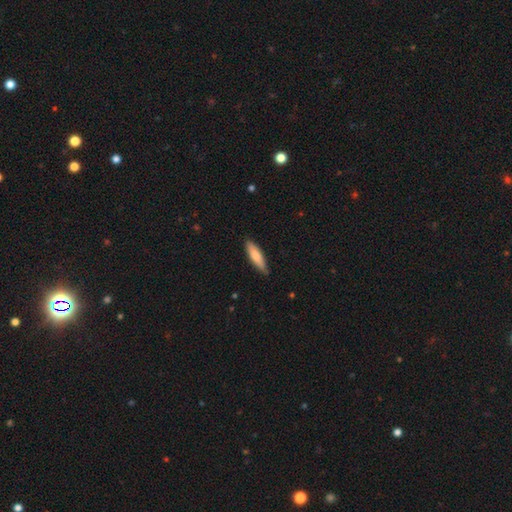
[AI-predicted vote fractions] Morphology: type=smooth (77%); roundness=cigar-shaped (63%); merging=none (80%).